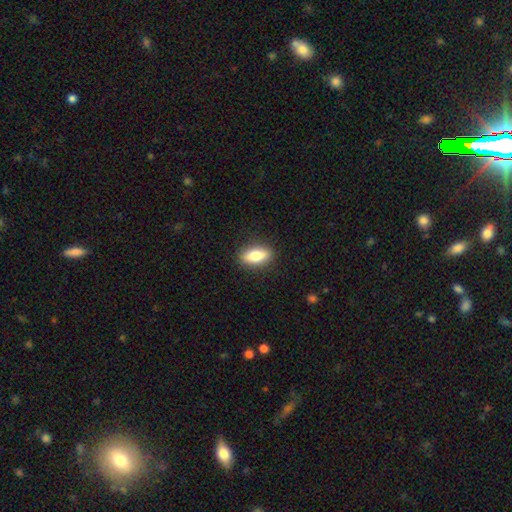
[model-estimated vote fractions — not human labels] Morphology: type=smooth (76%); roundness=in between (77%); merging=none (88%).